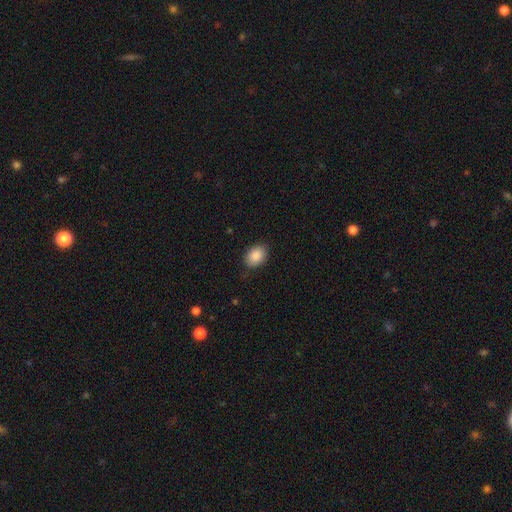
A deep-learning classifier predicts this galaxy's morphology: type=smooth (88%); roundness=in between (80%); merging=none (85%).